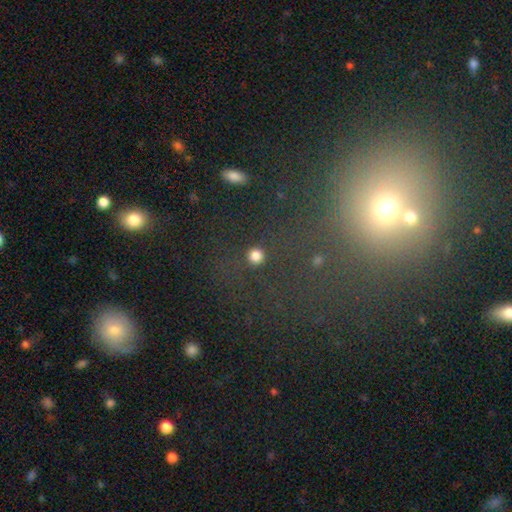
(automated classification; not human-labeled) smooth 73%, star or artifact 20%, featured or disk 6%. Down the decision tree: how rounded — round (92%); merging — none (85%).